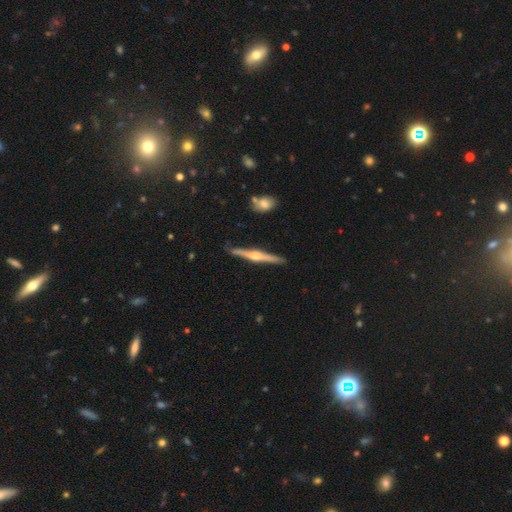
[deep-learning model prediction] This appears to be a featured or disk galaxy (77%) viewed edge-on (98%) with a rounded central bulge (90%). Merging: none (89%).